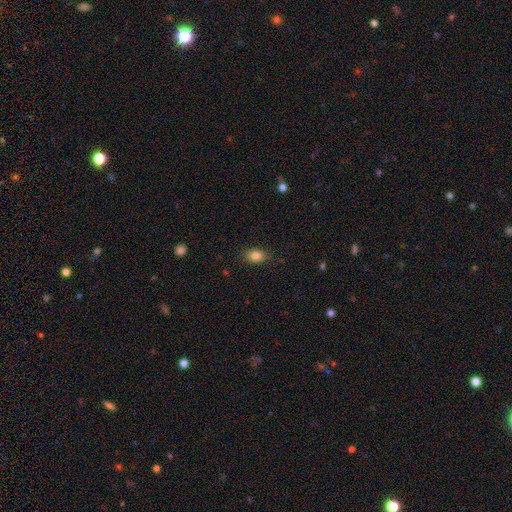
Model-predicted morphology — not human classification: Overall: smooth (83%). How rounded: in between (82%). Merging: none (85%).